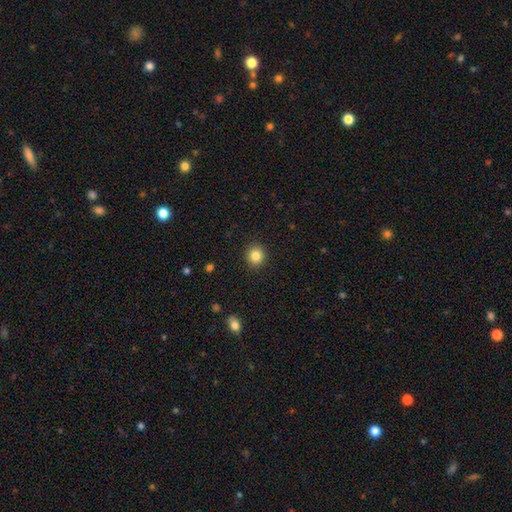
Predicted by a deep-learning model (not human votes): Q: Smooth or featured?
A: smooth (84%); runner-up: star or artifact (11%)
Q: How rounded?
A: round (88%); runner-up: in between (11%)
Q: Merging?
A: none (92%); runner-up: minor disturbance (5%)